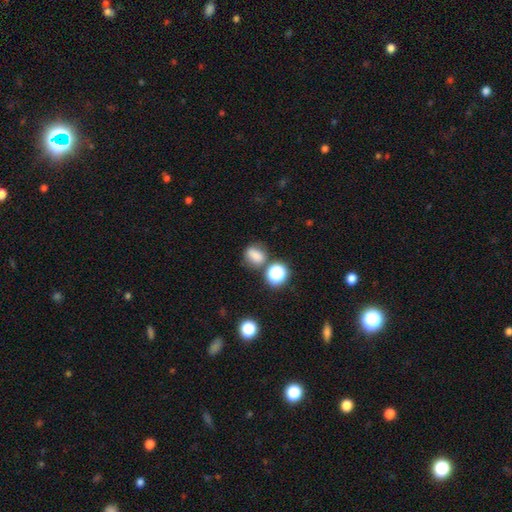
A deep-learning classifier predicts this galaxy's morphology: Q: Smooth or featured?
A: smooth (73%); runner-up: star or artifact (17%)
Q: How rounded?
A: round (51%); runner-up: in between (47%)
Q: Merging?
A: none (61%); runner-up: minor disturbance (18%)